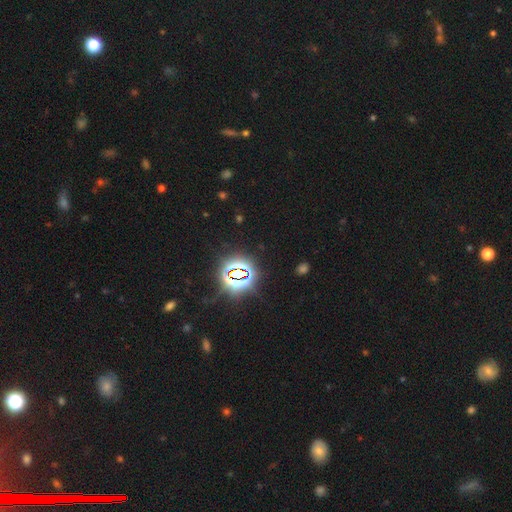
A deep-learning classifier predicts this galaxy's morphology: This appears to be a star or artifact, not a galaxy (81%).